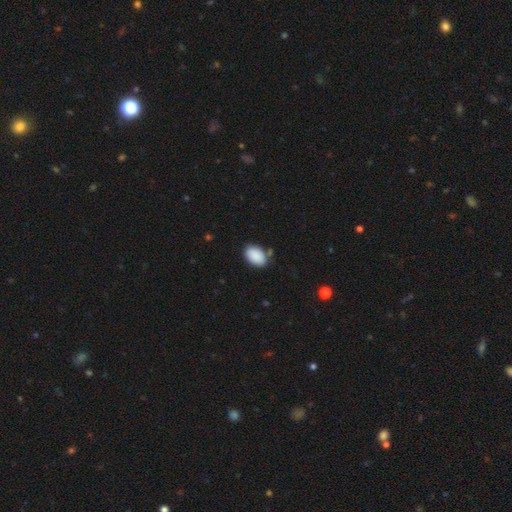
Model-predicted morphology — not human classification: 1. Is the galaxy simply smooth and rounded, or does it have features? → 90% smooth, 6% star or artifact, 4% featured or disk.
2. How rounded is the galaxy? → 90% in between, 9% round, 1% cigar-shaped.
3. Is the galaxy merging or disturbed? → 77% none, 15% minor disturbance, 4% merger, 3% major disturbance.